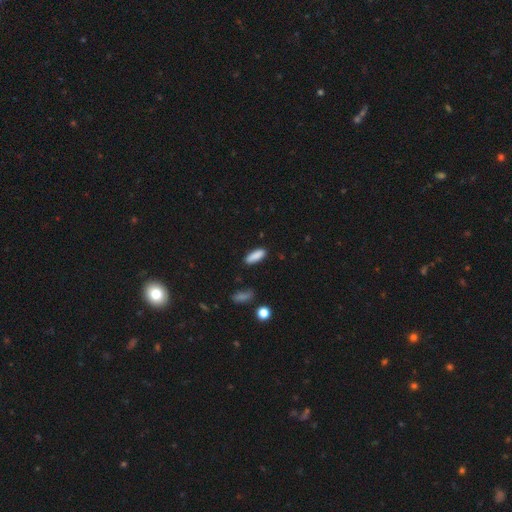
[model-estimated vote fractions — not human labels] A smooth galaxy with no disk features (88%) that is in between round and cigar-shaped (59%). Merging: none (85%).